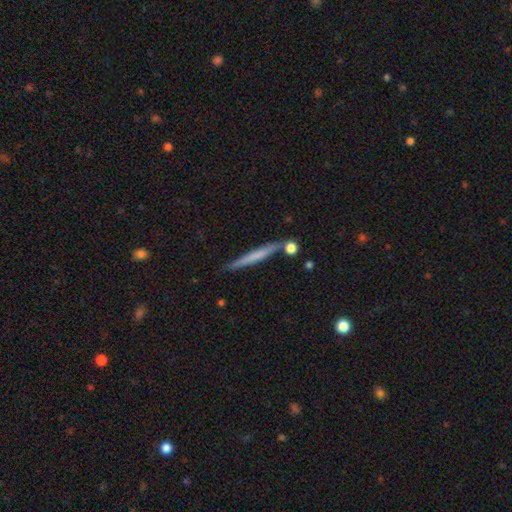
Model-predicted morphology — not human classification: Smooth or featured?
  - smooth: 55% *
  - featured or disk: 39%
  - star or artifact: 6%
How rounded?
  - cigar-shaped: 96% *
  - in between: 3%
  - round: 2%
Merging?
  - none: 81% *
  - minor disturbance: 11%
  - merger: 6%
  - major disturbance: 2%